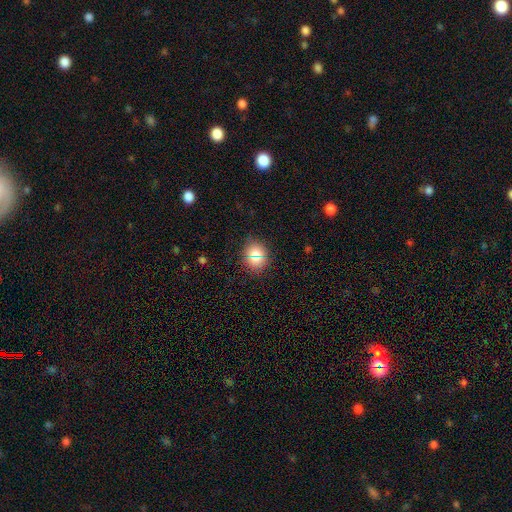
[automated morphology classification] smooth_or_featured: smooth (p=0.73) [alt: star or artifact p=0.18]
how_rounded: round (p=0.79) [alt: in between p=0.19]
merging: none (p=0.87) [alt: minor disturbance p=0.08]